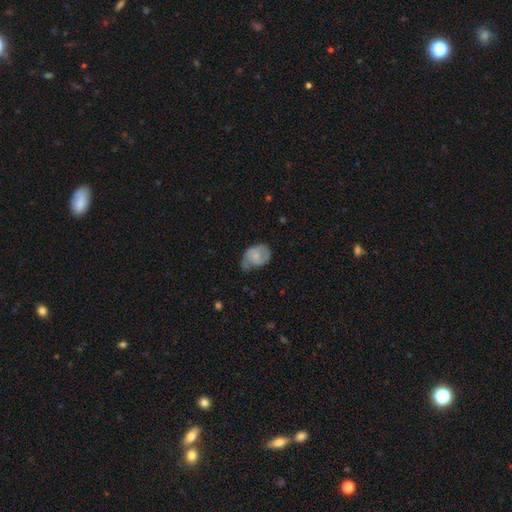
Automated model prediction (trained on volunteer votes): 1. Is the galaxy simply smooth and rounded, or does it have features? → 49% smooth, 44% featured or disk, 7% star or artifact.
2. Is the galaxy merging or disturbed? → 41% none, 40% minor disturbance, 17% major disturbance, 2% merger.